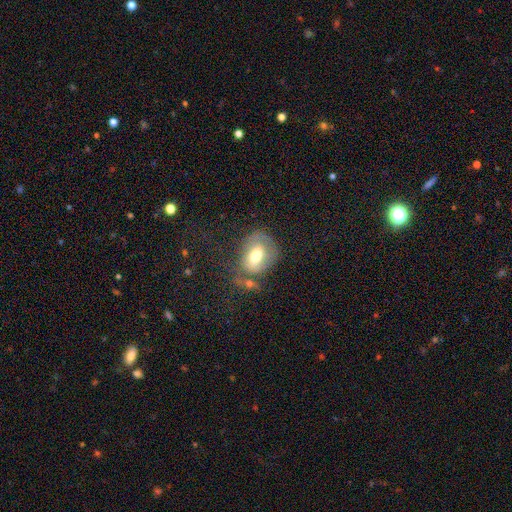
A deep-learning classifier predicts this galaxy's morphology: A smooth galaxy with no disk features (60%) that is in between round and cigar-shaped (66%).

Vote fractions:
- Smooth or featured? smooth: 60% / featured or disk: 32% / star or artifact: 8%
- How rounded? in between: 66% / round: 32% / cigar-shaped: 1%
- Merging? none: 46% / minor disturbance: 24% / major disturbance: 18% / merger: 12%